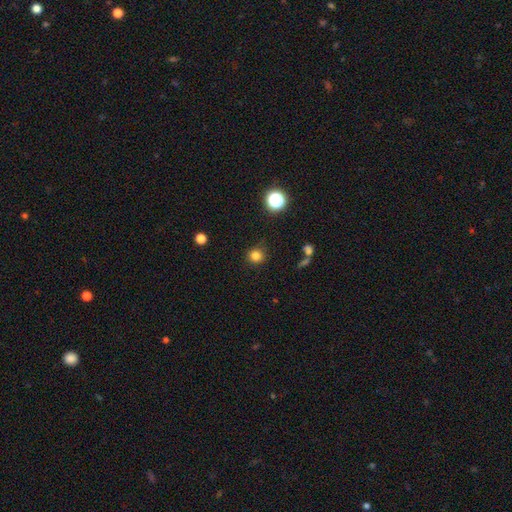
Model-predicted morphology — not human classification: smooth-or-featured: smooth: 81% | star or artifact: 14% | featured or disk: 4%
  how-rounded: round: 93% | in between: 6% | cigar-shaped: 1%
  merging: none: 86% | minor disturbance: 9% | major disturbance: 3% | merger: 2%